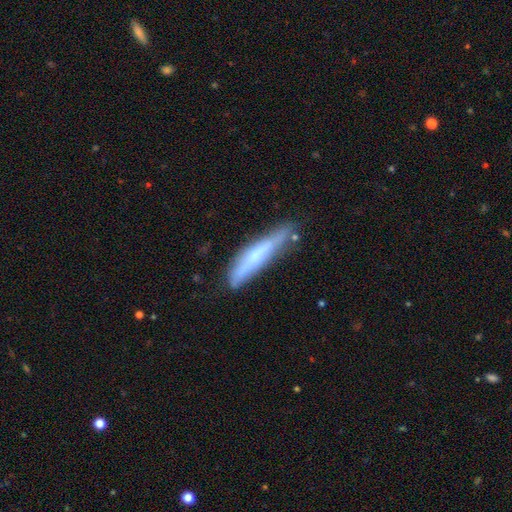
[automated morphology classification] smooth_or_featured: smooth (p=0.54) [alt: featured or disk p=0.39]
how_rounded: cigar-shaped (p=0.87) [alt: in between p=0.11]
merging: none (p=0.63) [alt: minor disturbance p=0.27]